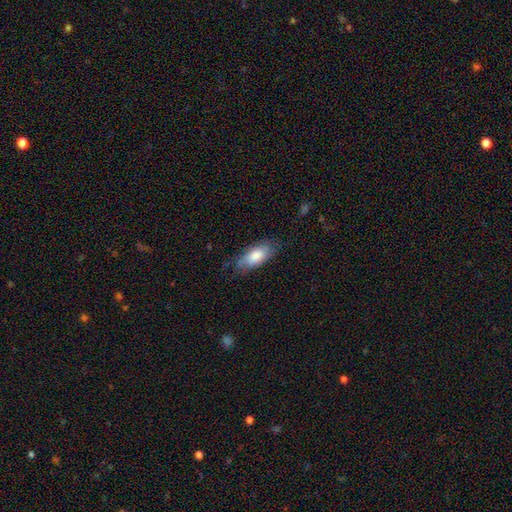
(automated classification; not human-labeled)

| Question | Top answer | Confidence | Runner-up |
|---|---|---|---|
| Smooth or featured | smooth | 75% | featured or disk (19%) |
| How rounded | in between | 81% | cigar-shaped (17%) |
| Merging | none | 69% | minor disturbance (23%) |